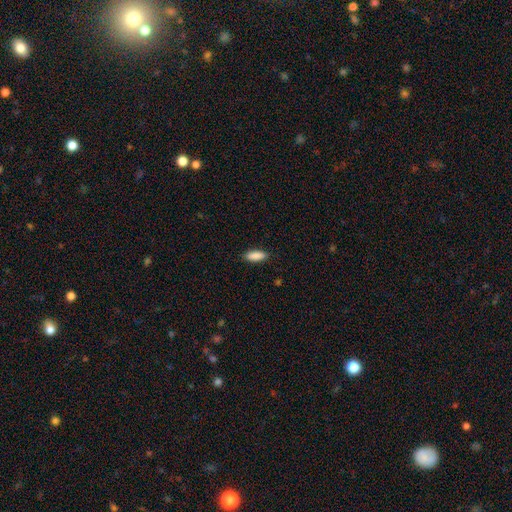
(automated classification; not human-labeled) A smooth galaxy with no disk features (89%) that is in between round and cigar-shaped (68%). Merging: none (88%).